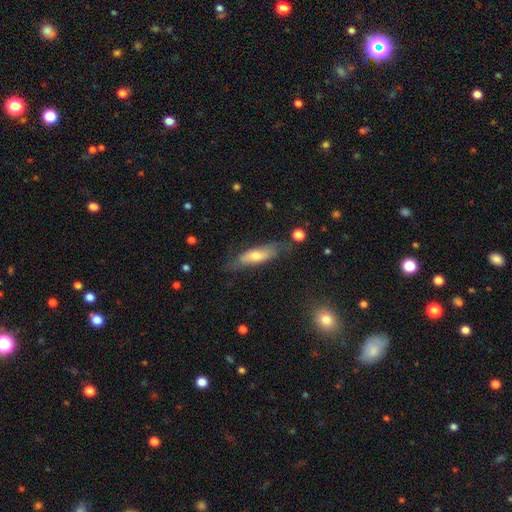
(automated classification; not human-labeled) Smooth or featured? smooth (51%)
How rounded? cigar-shaped (56%)
Merging? none (69%)